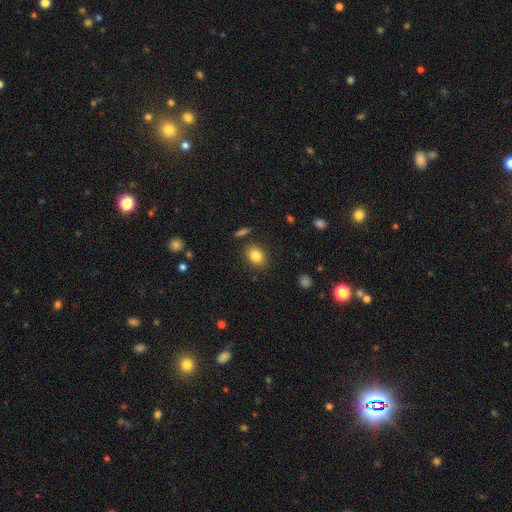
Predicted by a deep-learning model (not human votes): This appears to be a smooth galaxy with no disk features (83%) that is in between round and cigar-shaped (65%). Merging: none (85%).